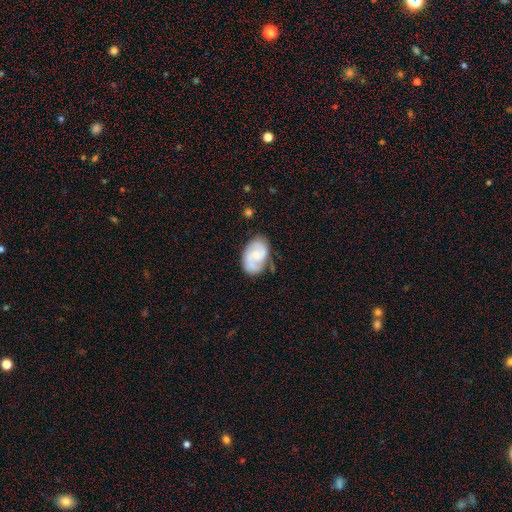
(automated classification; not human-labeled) featured or disk 65%, smooth 29%, star or artifact 6%. Down the decision tree: edge-on disk — no (97%); bar — no (58%); spiral arms — yes (92%); spiral arm count — 2 (74%); spiral winding — medium (45%); bulge size — small (52%); merging — none (66%).